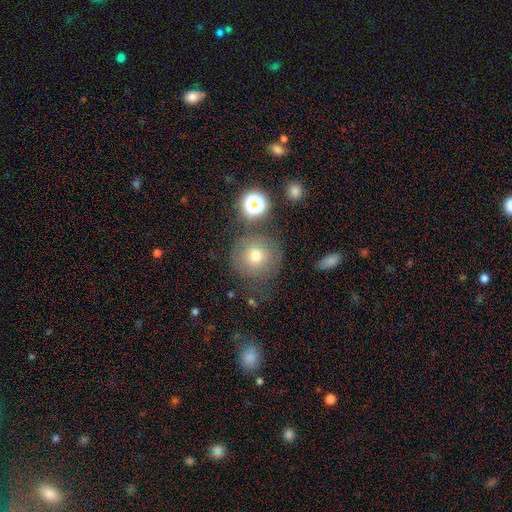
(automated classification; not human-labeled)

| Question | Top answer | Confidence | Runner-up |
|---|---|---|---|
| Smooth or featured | smooth | 63% | featured or disk (20%) |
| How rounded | round | 93% | in between (6%) |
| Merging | none | 73% | minor disturbance (13%) |